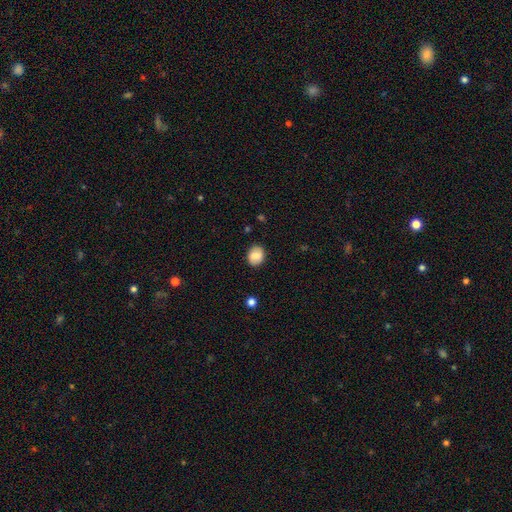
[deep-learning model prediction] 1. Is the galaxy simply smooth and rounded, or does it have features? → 75% smooth, 17% featured or disk, 8% star or artifact.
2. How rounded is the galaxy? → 50% round, 49% in between, 1% cigar-shaped.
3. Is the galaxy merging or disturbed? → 84% none, 12% minor disturbance, 3% major disturbance, 1% merger.